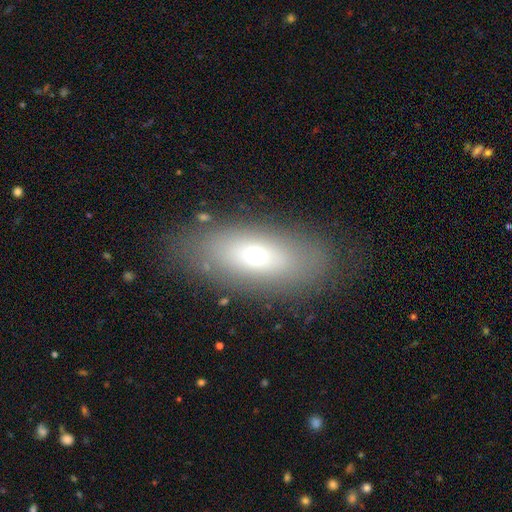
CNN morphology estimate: Smooth or featured?
  - smooth: 61% *
  - featured or disk: 26%
  - star or artifact: 13%
How rounded?
  - in between: 78% *
  - cigar-shaped: 13%
  - round: 9%
Merging?
  - none: 80% *
  - minor disturbance: 11%
  - major disturbance: 7%
  - merger: 2%